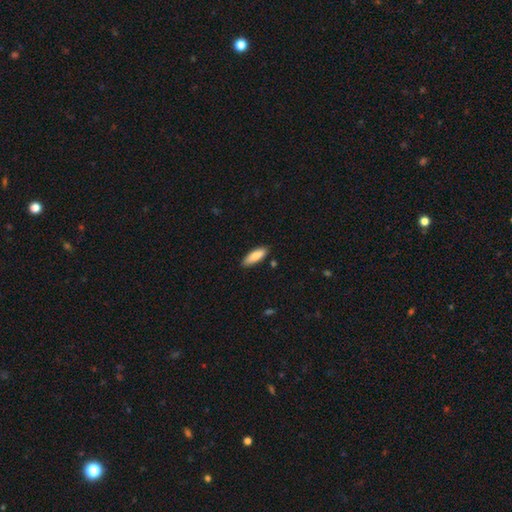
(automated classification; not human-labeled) The model was most divided on "how rounded": in between: 60%, cigar-shaped: 38%, round: 2%. More confident: merging — none (84%); smooth or featured — smooth (83%).